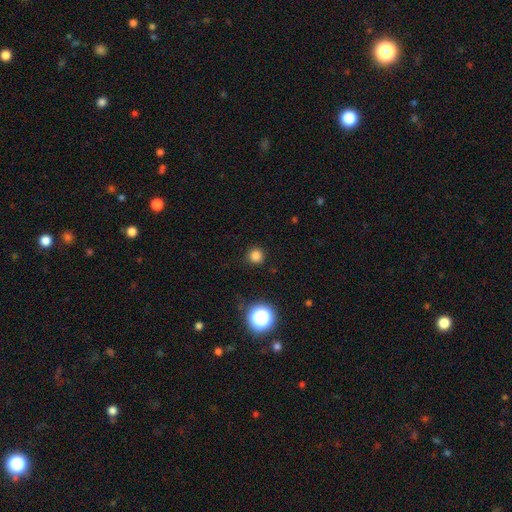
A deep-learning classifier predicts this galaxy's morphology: smooth_or_featured: smooth (p=0.80) [alt: star or artifact p=0.16]
how_rounded: round (p=0.94) [alt: in between p=0.05]
merging: none (p=0.90) [alt: minor disturbance p=0.06]